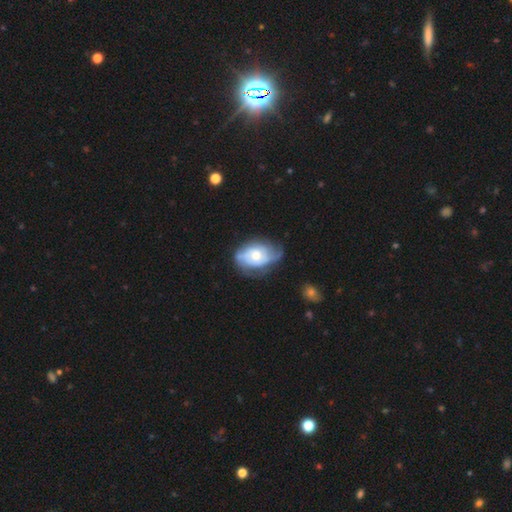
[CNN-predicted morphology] Smooth or featured? featured or disk (69%)
Edge-on disk? no (96%)
Bar? no (77%)
Spiral arms? yes (83%)
Spiral winding? tight (49%)
Spiral arm count? can't tell (41%)
Bulge size? moderate (60%)
Merging? none (52%)